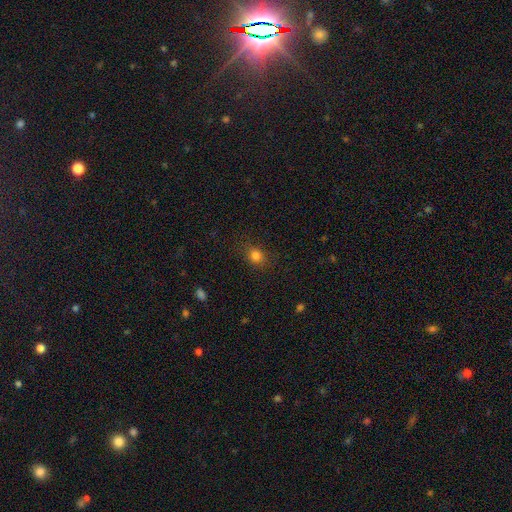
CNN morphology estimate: Q: Smooth or featured?
A: smooth (82%); runner-up: star or artifact (13%)
Q: How rounded?
A: round (63%); runner-up: in between (36%)
Q: Merging?
A: none (83%); runner-up: minor disturbance (11%)